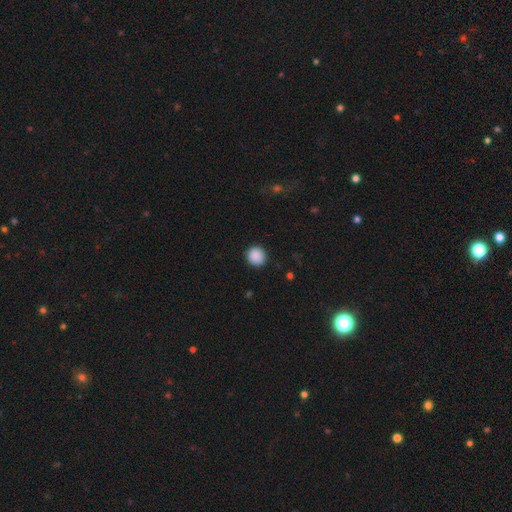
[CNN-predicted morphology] A smooth galaxy with no disk features (89%) that is round (92%).

Vote fractions:
- Smooth or featured? smooth: 89% / star or artifact: 8% / featured or disk: 3%
- How rounded? round: 92% / in between: 7% / cigar-shaped: 1%
- Merging? none: 90% / minor disturbance: 7% / major disturbance: 2% / merger: 1%